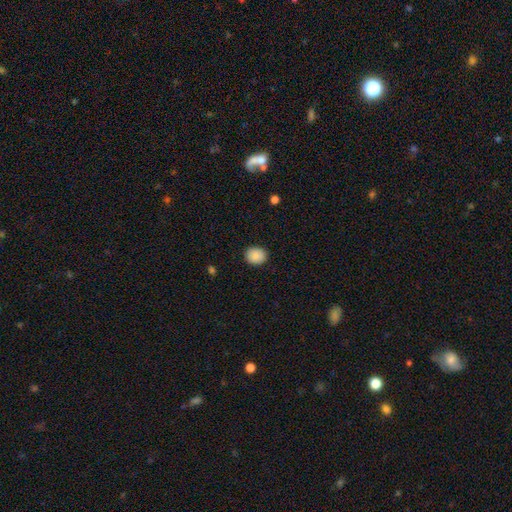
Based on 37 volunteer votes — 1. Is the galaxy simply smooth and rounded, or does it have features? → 86% smooth, 8% star or artifact, 5% featured or disk.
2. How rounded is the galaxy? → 53% round, 47% in between, 0% cigar-shaped.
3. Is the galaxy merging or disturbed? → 91% none, 9% minor disturbance, 0% major disturbance, 0% merger.